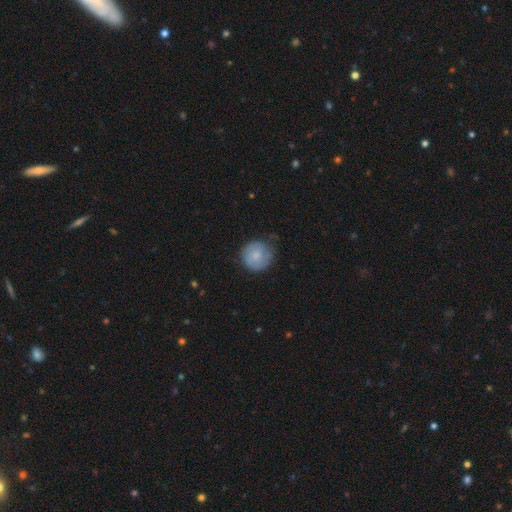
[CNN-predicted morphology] A smooth galaxy with no disk features (79%) that is round (93%).

Vote fractions:
- Smooth or featured? smooth: 79% / featured or disk: 14% / star or artifact: 7%
- How rounded? round: 93% / in between: 6% / cigar-shaped: 1%
- Merging? none: 75% / minor disturbance: 20% / major disturbance: 4% / merger: 1%